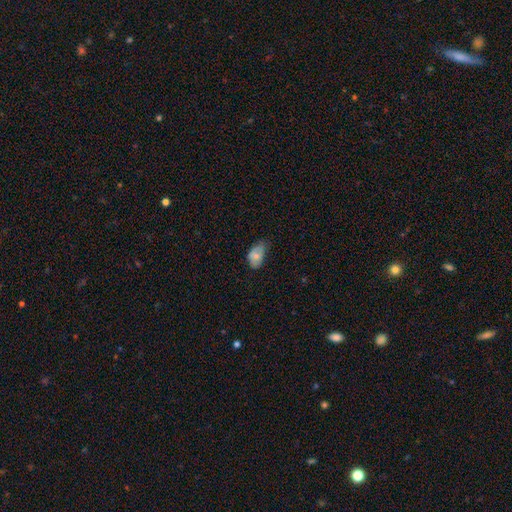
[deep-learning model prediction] smooth-or-featured: smooth: 76% | featured or disk: 17% | star or artifact: 8%
  how-rounded: in between: 91% | round: 7% | cigar-shaped: 2%
  merging: minor disturbance: 44% | none: 43% | major disturbance: 12% | merger: 2%